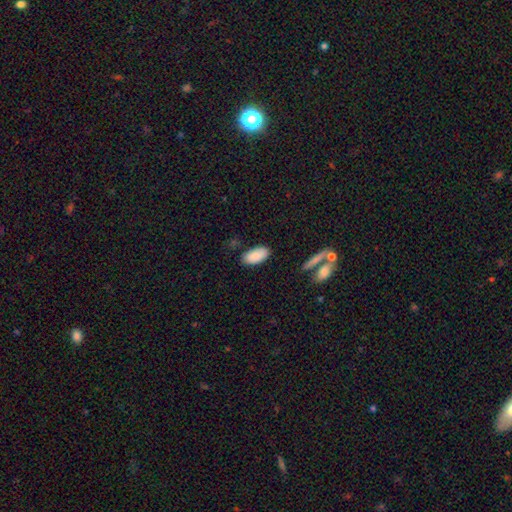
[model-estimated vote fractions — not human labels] smooth-or-featured: smooth: 88% | star or artifact: 7% | featured or disk: 5%
  how-rounded: in between: 93% | cigar-shaped: 5% | round: 2%
  merging: none: 82% | minor disturbance: 12% | merger: 3% | major disturbance: 3%